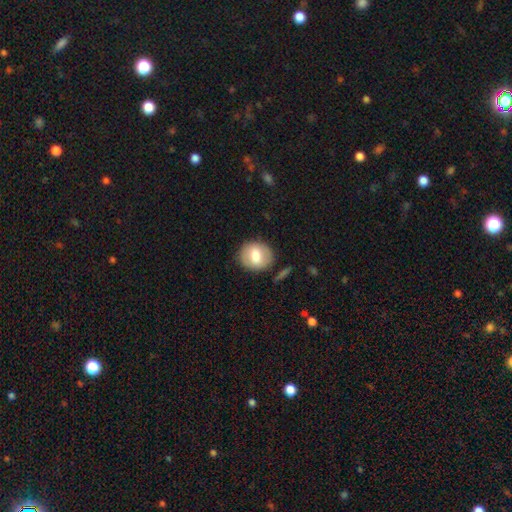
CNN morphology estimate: The model was most divided on "smooth or featured": smooth: 66%, featured or disk: 27%, star or artifact: 7%. More confident: merging — none (85%); how rounded — round (71%).